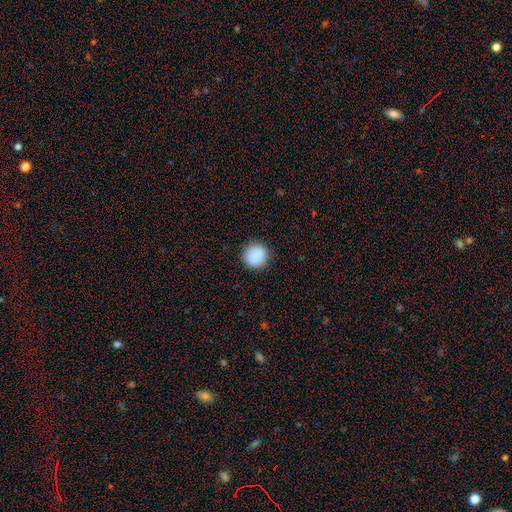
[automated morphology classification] smooth 88%, star or artifact 8%, featured or disk 4%. Down the decision tree: how rounded — round (94%); merging — none (90%).